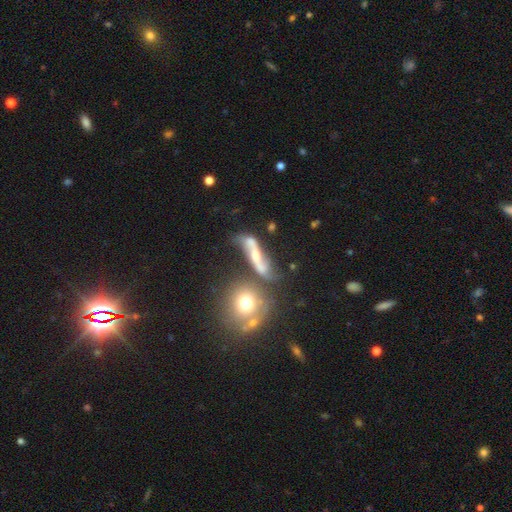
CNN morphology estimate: smooth-or-featured: featured or disk: 67% | smooth: 23% | star or artifact: 10%
  disk-edge-on: no: 78% | yes: 22%
    bar: no: 36% | weak: 33% | strong: 32%
    has-spiral-arms: yes: 80% | no: 20%
    bulge-size: moderate: 43% | small: 36% | none: 10% | large: 8% | dominant: 3%
  merging: none: 40% | merger: 24% | minor disturbance: 20% | major disturbance: 16%